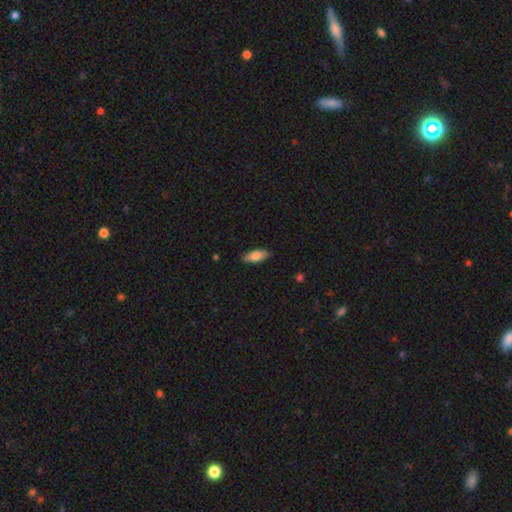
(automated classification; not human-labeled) This appears to be a smooth galaxy with no disk features (82%) that is in between round and cigar-shaped (79%). Merging: none (86%).